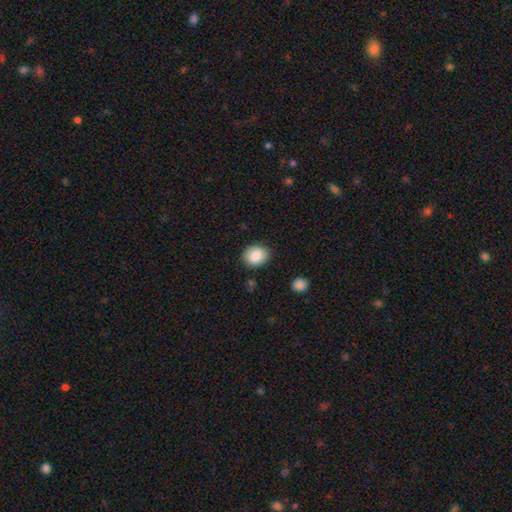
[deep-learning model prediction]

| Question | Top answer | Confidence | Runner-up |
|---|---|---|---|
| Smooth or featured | smooth | 85% | star or artifact (8%) |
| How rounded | round | 54% | in between (45%) |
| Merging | none | 84% | minor disturbance (12%) |